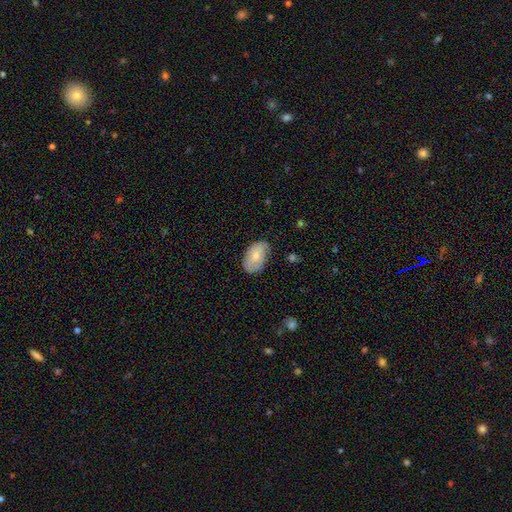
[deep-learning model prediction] smooth-or-featured: smooth: 72% | featured or disk: 22% | star or artifact: 6%
  how-rounded: in between: 92% | round: 6% | cigar-shaped: 1%
  merging: none: 70% | minor disturbance: 25% | major disturbance: 4% | merger: 1%